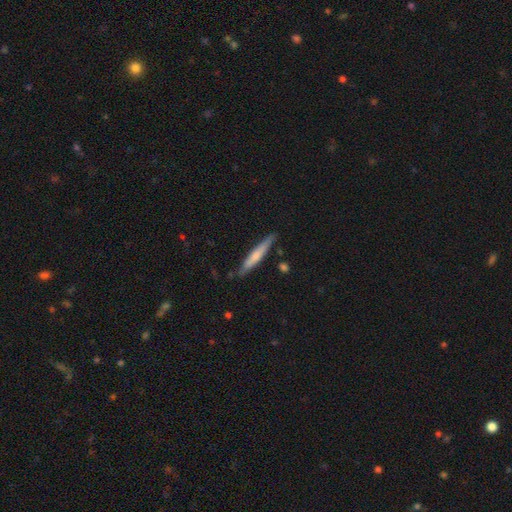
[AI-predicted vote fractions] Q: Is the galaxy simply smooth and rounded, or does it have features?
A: smooth — 57%.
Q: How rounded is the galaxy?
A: cigar-shaped — 94%.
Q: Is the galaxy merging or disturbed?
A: none — 84%.